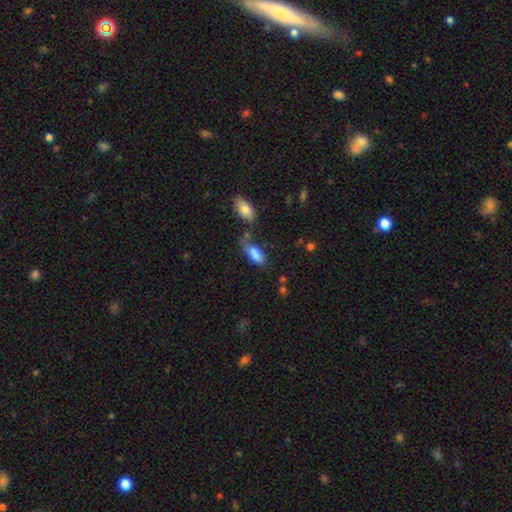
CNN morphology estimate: Smooth or featured? Predicted: smooth (p=0.82). How rounded? Predicted: in between (p=0.83). Merging? Predicted: none (p=0.45).